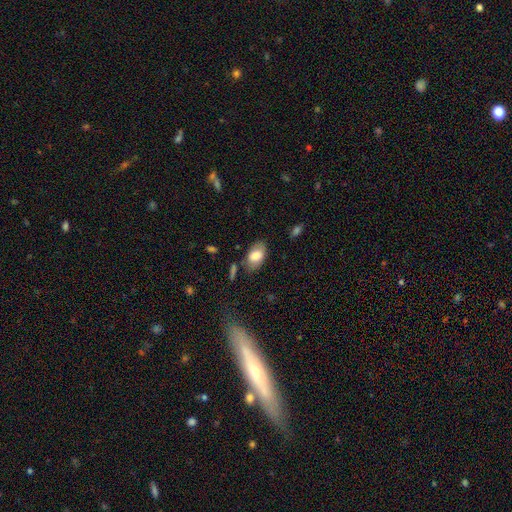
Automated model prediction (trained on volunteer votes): smooth 78%, featured or disk 15%, star or artifact 7%. Down the decision tree: how rounded — in between (93%); merging — none (75%).